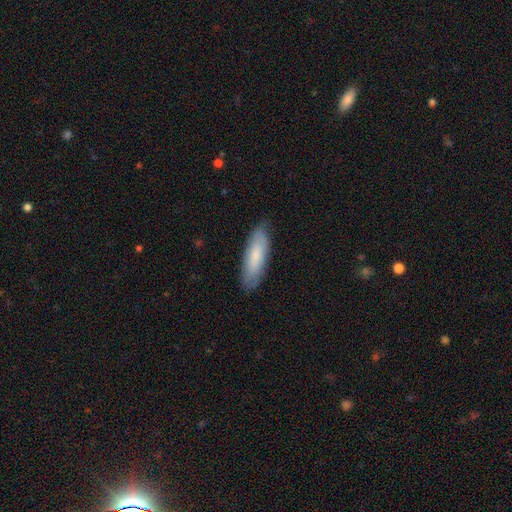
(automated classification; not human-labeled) Morphology: type=smooth (77%); roundness=cigar-shaped (52%); merging=none (83%).